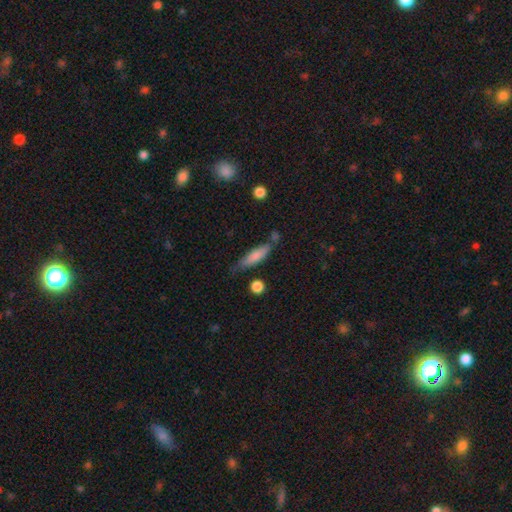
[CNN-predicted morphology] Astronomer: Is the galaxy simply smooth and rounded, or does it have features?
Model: smooth — 77%.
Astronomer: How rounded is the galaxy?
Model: cigar-shaped — 67%.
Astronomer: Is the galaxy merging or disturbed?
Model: none — 59%.